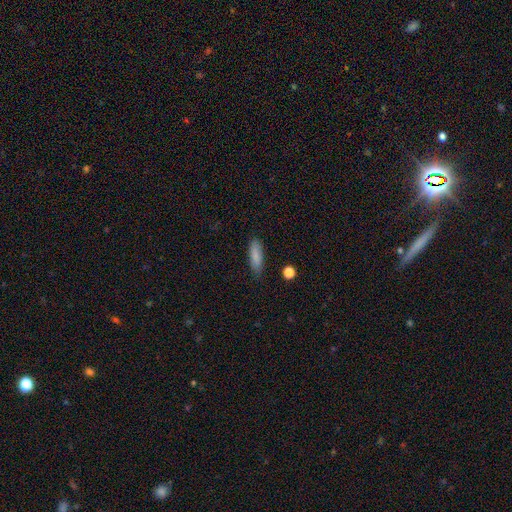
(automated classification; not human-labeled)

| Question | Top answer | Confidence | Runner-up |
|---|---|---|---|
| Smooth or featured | smooth | 83% | featured or disk (9%) |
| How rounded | cigar-shaped | 50% | in between (48%) |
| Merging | none | 82% | minor disturbance (14%) |